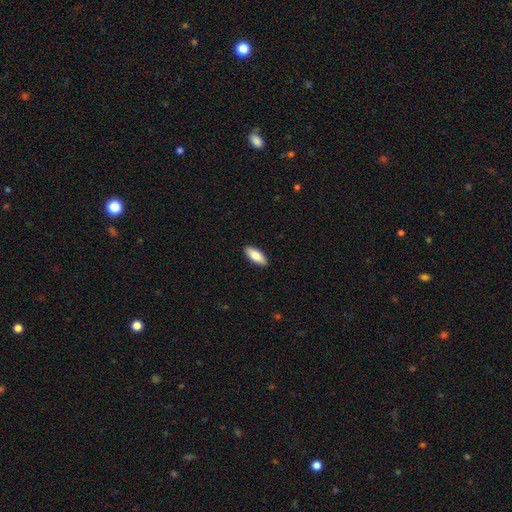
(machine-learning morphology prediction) Smooth or featured? Predicted: smooth (p=0.86). How rounded? Predicted: in between (p=0.76). Merging? Predicted: none (p=0.91).